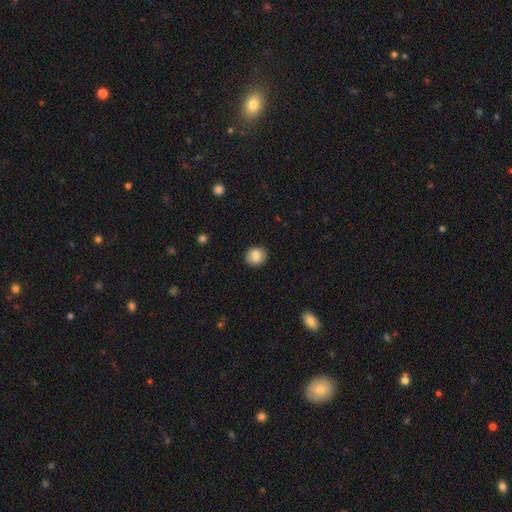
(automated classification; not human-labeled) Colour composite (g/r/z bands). It shows a smooth galaxy with no disk features (84%) that is round (74%). Merging: none (88%).